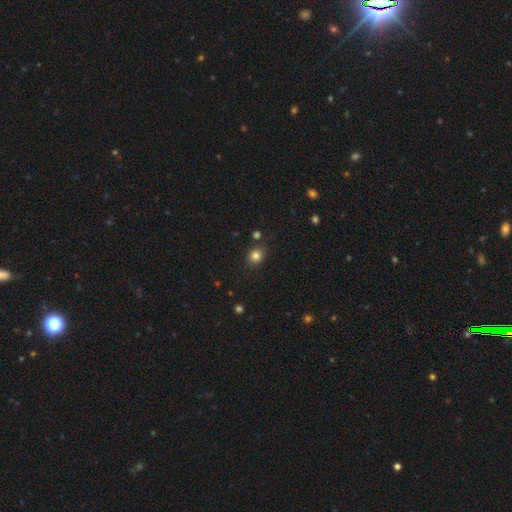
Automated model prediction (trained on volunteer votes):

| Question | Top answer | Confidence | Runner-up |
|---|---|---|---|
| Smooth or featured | smooth | 82% | star or artifact (12%) |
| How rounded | round | 67% | in between (32%) |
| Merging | none | 81% | minor disturbance (11%) |